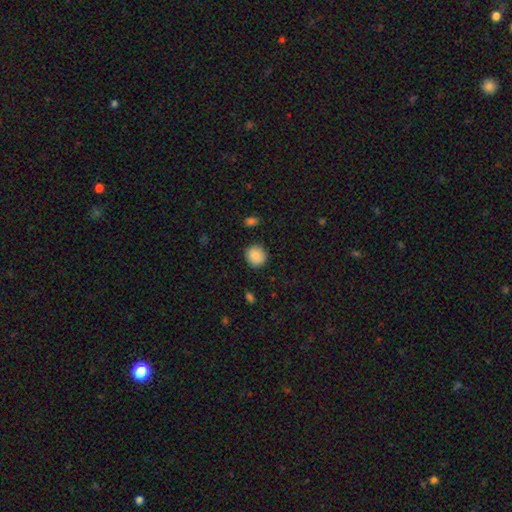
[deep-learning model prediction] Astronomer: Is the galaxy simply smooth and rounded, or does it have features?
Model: smooth — 89%.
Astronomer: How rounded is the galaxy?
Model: round — 87%.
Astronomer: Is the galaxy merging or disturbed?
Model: none — 89%.